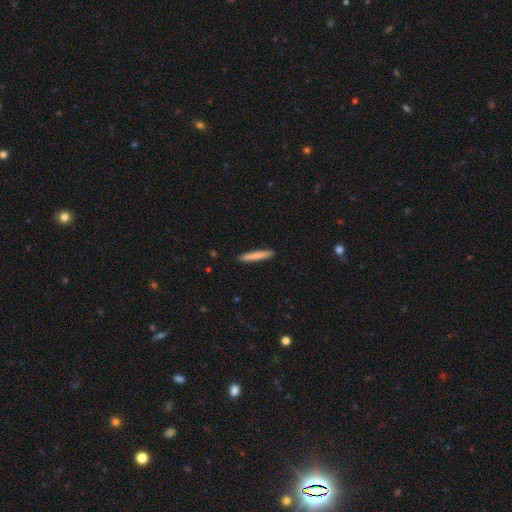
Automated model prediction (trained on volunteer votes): Smooth or featured: smooth — 79% (featured or disk — 15%)
How rounded: cigar-shaped — 95% (in between — 3%)
Merging: none — 92% (minor disturbance — 6%)